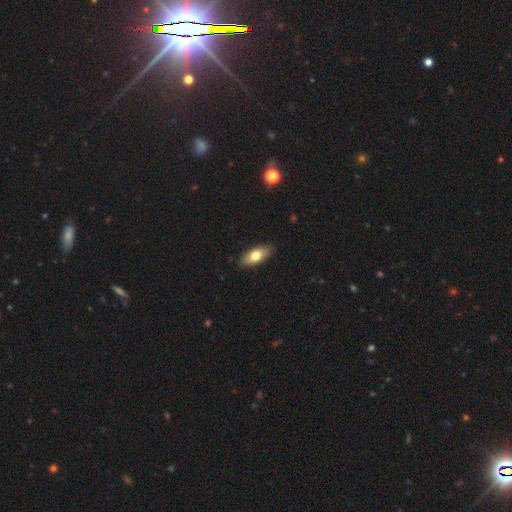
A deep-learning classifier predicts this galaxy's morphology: Smooth or featured: smooth — 74% (featured or disk — 19%)
How rounded: in between — 83% (cigar-shaped — 14%)
Merging: none — 87% (minor disturbance — 10%)